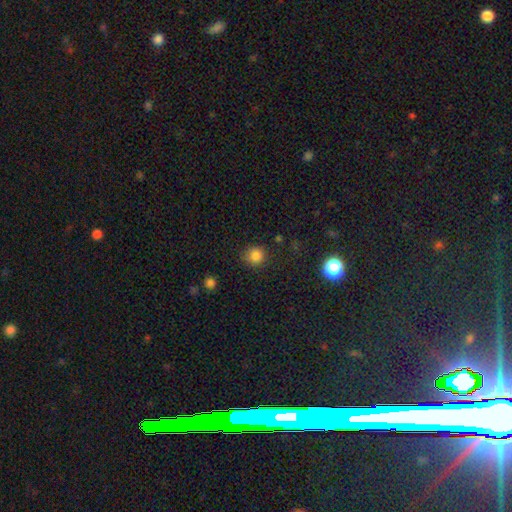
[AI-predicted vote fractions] Smooth or featured?
  - smooth: 82% *
  - star or artifact: 13%
  - featured or disk: 5%
How rounded?
  - round: 88% *
  - in between: 11%
  - cigar-shaped: 1%
Merging?
  - none: 82% *
  - minor disturbance: 13%
  - major disturbance: 3%
  - merger: 2%